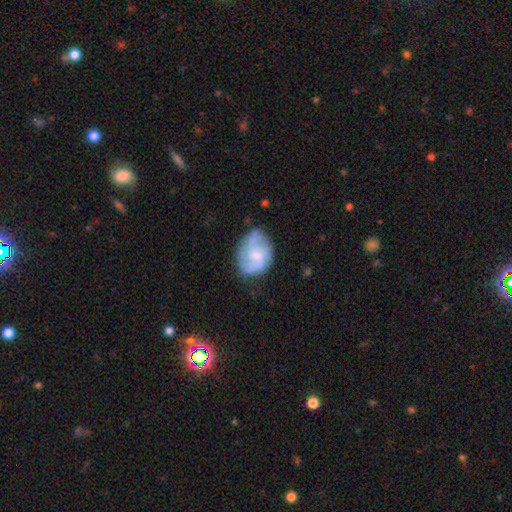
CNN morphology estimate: type=featured or disk (59%); edge-on=no (98%); bar=no (56%); spiral arms=yes (83%); bulge=small (47%); merging=none (63%).